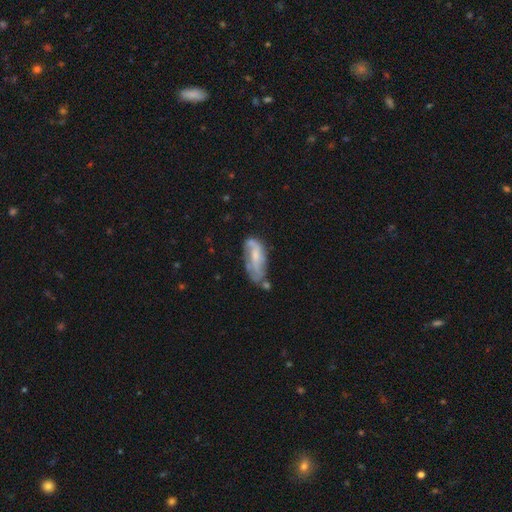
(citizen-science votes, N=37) smooth_or_featured: featured or disk (p=0.68) [alt: smooth p=0.27]
disk_edge_on: no (p=0.92) [alt: yes p=0.08]
bar: no (p=0.48) [alt: weak p=0.35]
has_spiral_arms: yes (p=0.74) [alt: no p=0.26]
spiral_winding: loose (p=0.76) [alt: medium p=0.24]
spiral_arm_count: 2 (p=0.59) [alt: can't tell p=0.35]
bulge_size: moderate (p=0.57) [alt: none p=0.30]
merging: none (p=0.31) [alt: minor disturbance p=0.29]